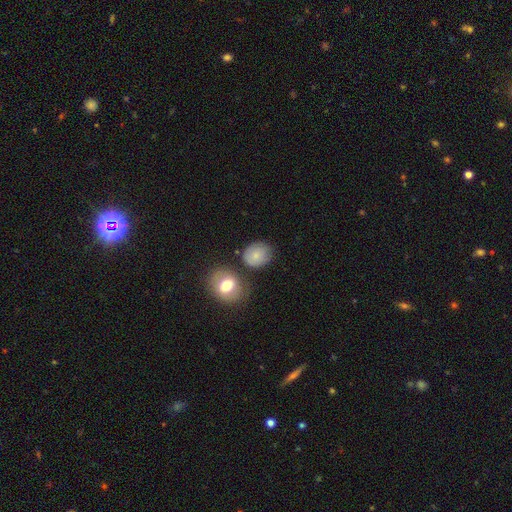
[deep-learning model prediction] This is likely a smooth galaxy (79%). How rounded: likely round (66%). Merging: likely none (66%).